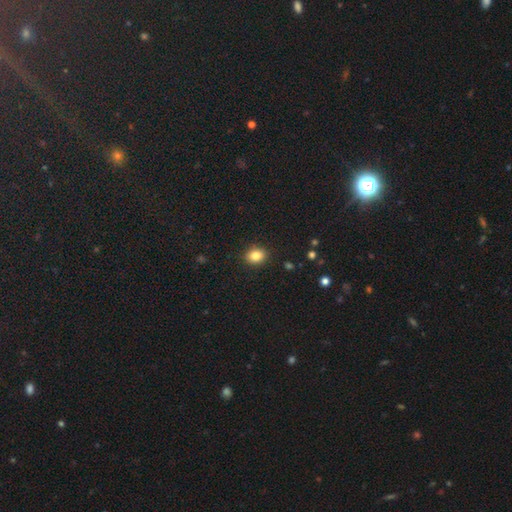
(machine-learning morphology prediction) Smooth or featured?
  - smooth: 84% *
  - star or artifact: 10%
  - featured or disk: 6%
How rounded?
  - round: 56% *
  - in between: 43%
  - cigar-shaped: 1%
Merging?
  - none: 89% *
  - minor disturbance: 7%
  - major disturbance: 2%
  - merger: 1%